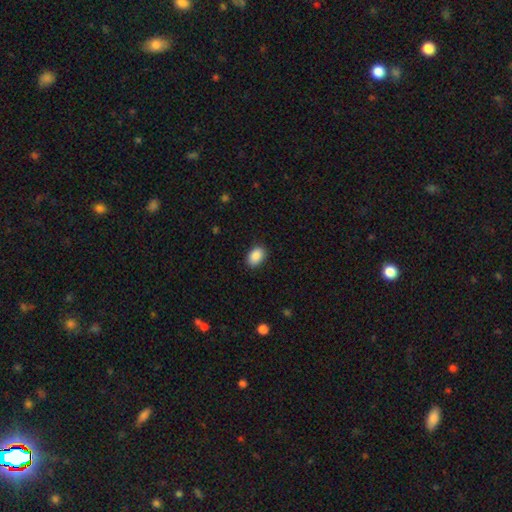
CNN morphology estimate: This is clearly a smooth galaxy (89%). How rounded: clearly in between (83%). Merging: clearly none (87%).